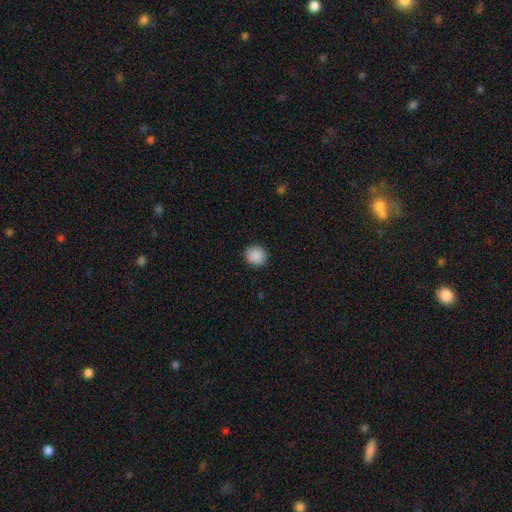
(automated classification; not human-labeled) Smooth or featured: smooth — 89% (star or artifact — 8%)
How rounded: round — 80% (in between — 19%)
Merging: none — 89% (minor disturbance — 7%)